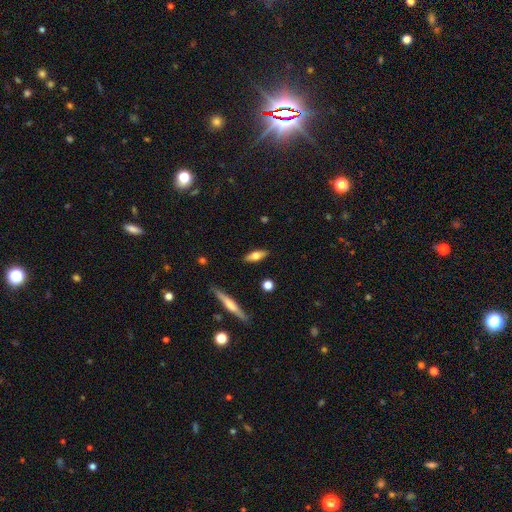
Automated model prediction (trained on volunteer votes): Smooth or featured?
  - smooth: 60% *
  - featured or disk: 34%
  - star or artifact: 7%
How rounded?
  - in between: 55% *
  - cigar-shaped: 42%
  - round: 3%
Merging?
  - none: 88% *
  - minor disturbance: 9%
  - major disturbance: 2%
  - merger: 2%